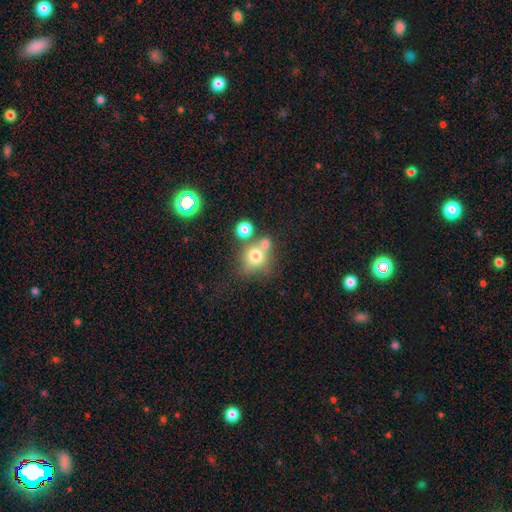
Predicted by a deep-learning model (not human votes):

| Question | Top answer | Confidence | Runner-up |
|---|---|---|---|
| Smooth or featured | smooth | 70% | featured or disk (17%) |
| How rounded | round | 73% | in between (26%) |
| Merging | none | 44% | merger (36%) |